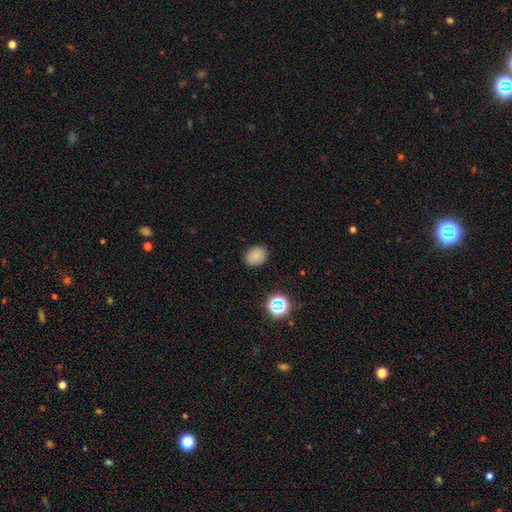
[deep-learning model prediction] Smooth or featured: smooth — 82% (star or artifact — 13%)
How rounded: in between — 59% (round — 40%)
Merging: none — 87% (minor disturbance — 9%)